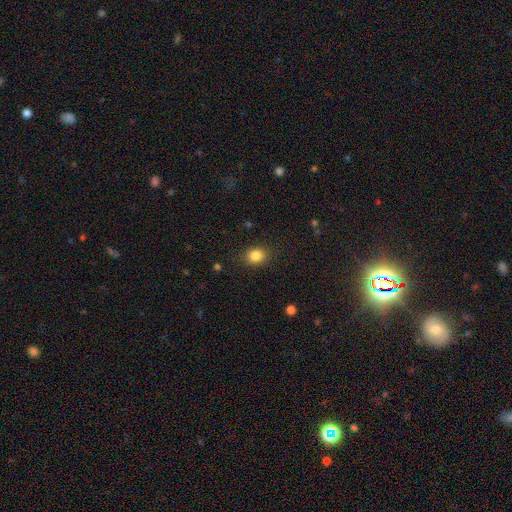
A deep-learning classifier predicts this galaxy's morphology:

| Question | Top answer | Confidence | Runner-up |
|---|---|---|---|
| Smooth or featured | smooth | 84% | star or artifact (10%) |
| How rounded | round | 59% | in between (40%) |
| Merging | none | 87% | minor disturbance (9%) |